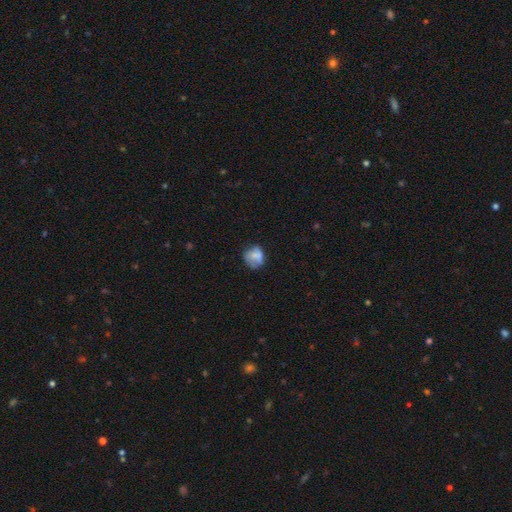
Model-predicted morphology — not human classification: This appears to be a smooth galaxy with no disk features (66%) that is round (69%). Merging: none (50%).